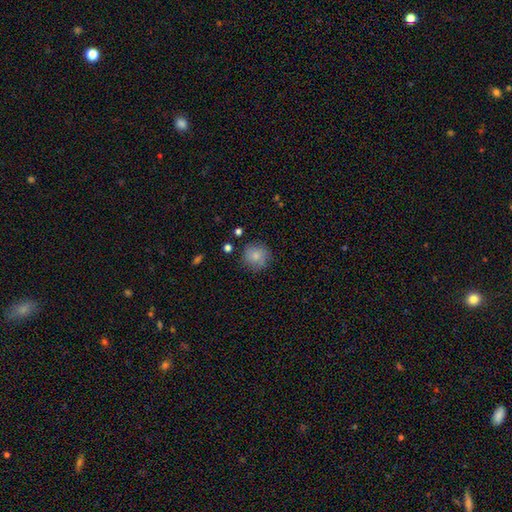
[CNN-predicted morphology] This is clearly a smooth galaxy (80%). How rounded: clearly round (91%). Merging: clearly none (81%).